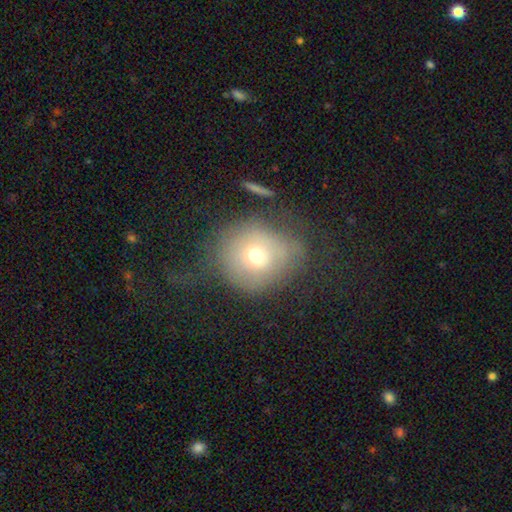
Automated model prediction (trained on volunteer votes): Smooth or featured: smooth — 62% (featured or disk — 26%)
How rounded: round — 82% (in between — 17%)
Merging: none — 43% (major disturbance — 30%)